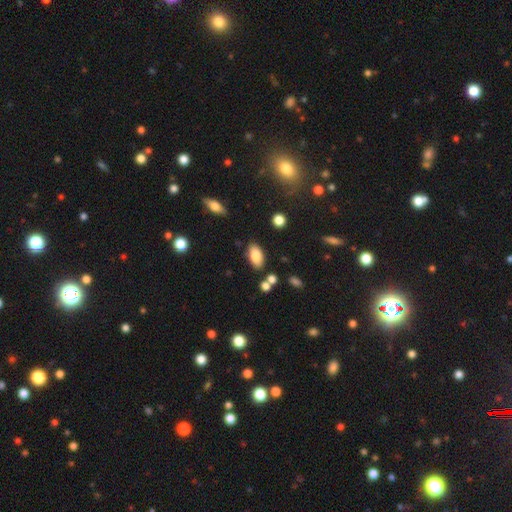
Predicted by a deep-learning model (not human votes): The model was most divided on "merging": none: 79%, minor disturbance: 12%, merger: 6%, major disturbance: 3%. More confident: how rounded — in between (92%); smooth or featured — smooth (83%).